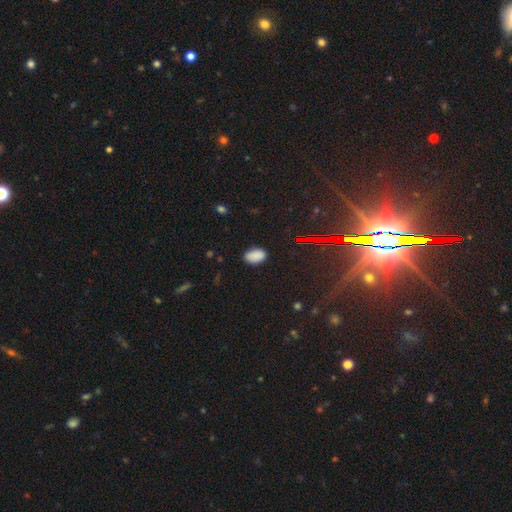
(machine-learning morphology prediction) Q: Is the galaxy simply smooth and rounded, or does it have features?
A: smooth — 85%.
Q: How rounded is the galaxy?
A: in between — 91%.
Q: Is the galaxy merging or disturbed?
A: none — 84%.